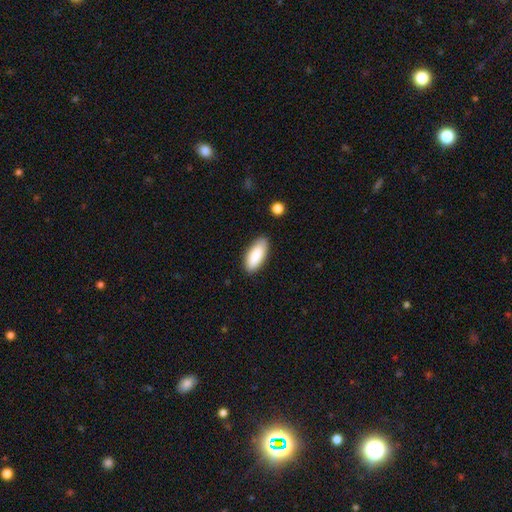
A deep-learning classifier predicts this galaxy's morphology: A smooth galaxy with no disk features (89%) that is in between round and cigar-shaped (83%).

Vote fractions:
- Smooth or featured? smooth: 89% / star or artifact: 6% / featured or disk: 5%
- How rounded? in between: 83% / cigar-shaped: 15% / round: 2%
- Merging? none: 85% / minor disturbance: 11% / major disturbance: 2% / merger: 2%